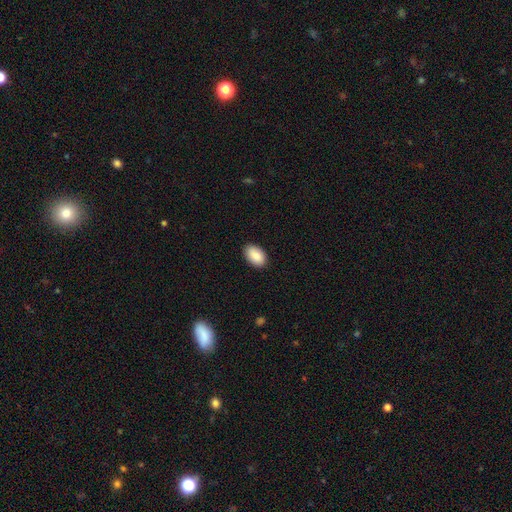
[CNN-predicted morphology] smooth-or-featured: smooth: 89% | star or artifact: 6% | featured or disk: 5%
  how-rounded: in between: 93% | round: 6% | cigar-shaped: 1%
  merging: none: 89% | minor disturbance: 8% | major disturbance: 2% | merger: 1%